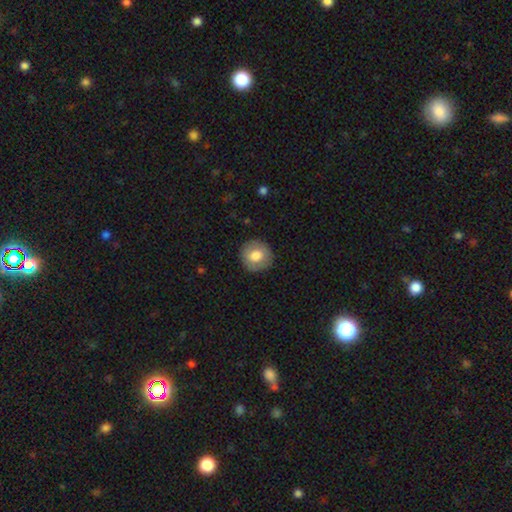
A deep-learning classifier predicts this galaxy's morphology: Smooth or featured: smooth — 73% (featured or disk — 20%)
How rounded: round — 93% (in between — 6%)
Merging: none — 89% (minor disturbance — 8%)